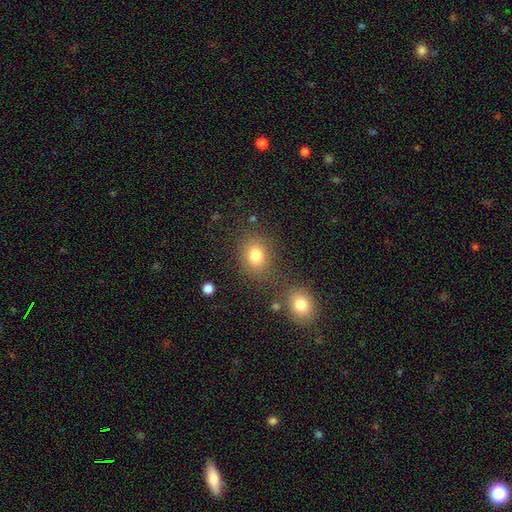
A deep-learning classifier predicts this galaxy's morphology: A smooth galaxy with no disk features (80%) that is round (51%).

Vote fractions:
- Smooth or featured? smooth: 80% / star or artifact: 12% / featured or disk: 8%
- How rounded? round: 51% / in between: 47% / cigar-shaped: 1%
- Merging? none: 75% / minor disturbance: 11% / merger: 9% / major disturbance: 5%